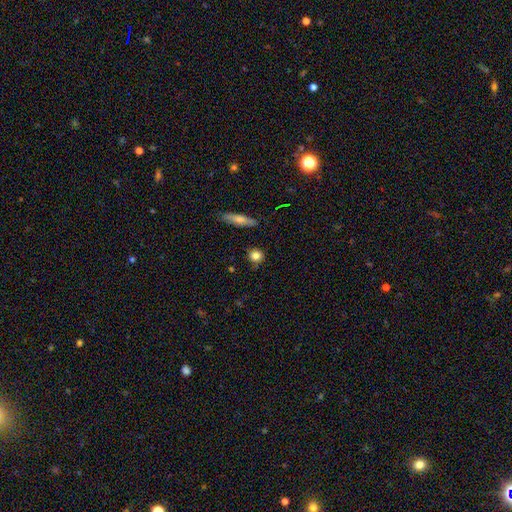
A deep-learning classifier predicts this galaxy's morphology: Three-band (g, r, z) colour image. It shows a smooth galaxy with no disk features (81%) that is round (84%). Merging: none (83%).